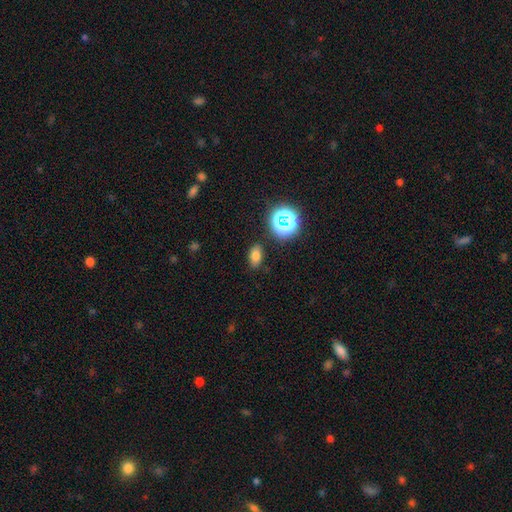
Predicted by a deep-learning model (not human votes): Smooth or featured? smooth (73%)
How rounded? in between (84%)
Merging? none (85%)